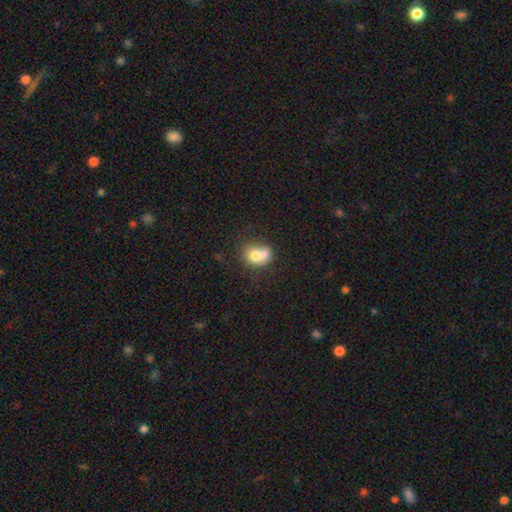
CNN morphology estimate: A smooth galaxy with no disk features (69%) that is round (59%).

Vote fractions:
- Smooth or featured? smooth: 69% / featured or disk: 21% / star or artifact: 10%
- How rounded? round: 59% / in between: 40% / cigar-shaped: 1%
- Merging? merger: 58% / none: 27% / minor disturbance: 10% / major disturbance: 5%